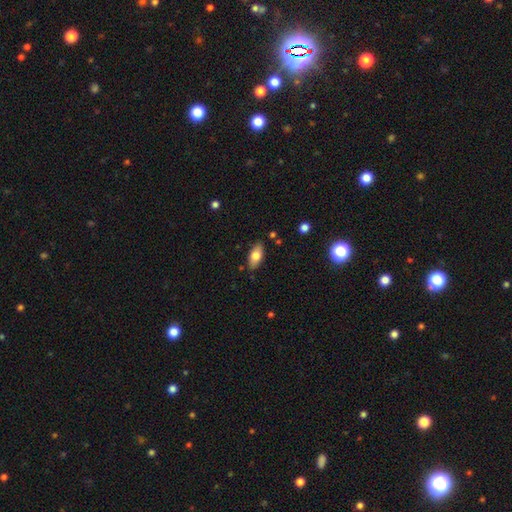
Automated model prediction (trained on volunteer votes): Smooth or featured?
  - smooth: 73% *
  - featured or disk: 20%
  - star or artifact: 7%
How rounded?
  - in between: 88% *
  - cigar-shaped: 9%
  - round: 3%
Merging?
  - none: 85% *
  - minor disturbance: 11%
  - major disturbance: 2%
  - merger: 2%